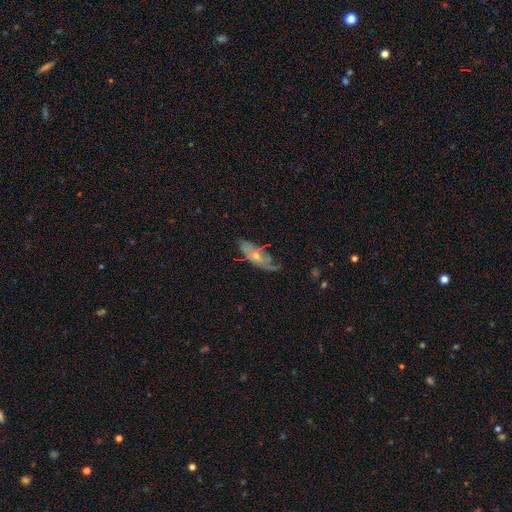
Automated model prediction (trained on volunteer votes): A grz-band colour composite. It shows a featured or disk galaxy (58%). Merging: none (51%).